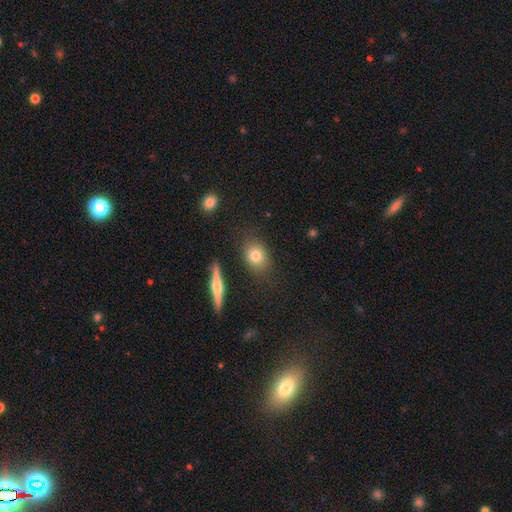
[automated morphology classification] Smooth or featured?
  - smooth: 77% *
  - featured or disk: 14%
  - star or artifact: 9%
How rounded?
  - in between: 52% *
  - round: 43%
  - cigar-shaped: 4%
Merging?
  - none: 81% *
  - minor disturbance: 12%
  - merger: 4%
  - major disturbance: 4%